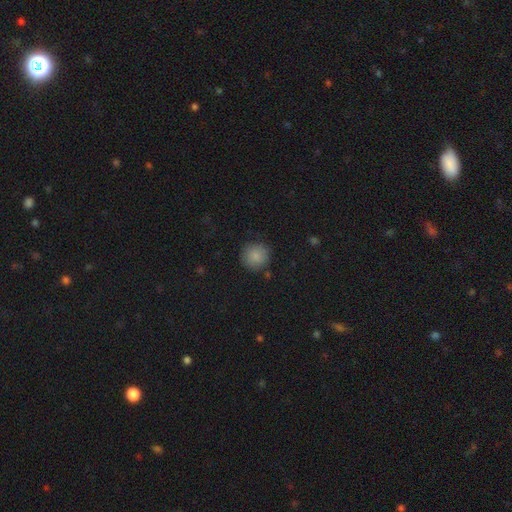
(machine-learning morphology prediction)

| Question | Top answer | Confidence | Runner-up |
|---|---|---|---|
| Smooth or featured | smooth | 86% | star or artifact (9%) |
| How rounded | round | 93% | in between (6%) |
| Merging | none | 86% | minor disturbance (9%) |